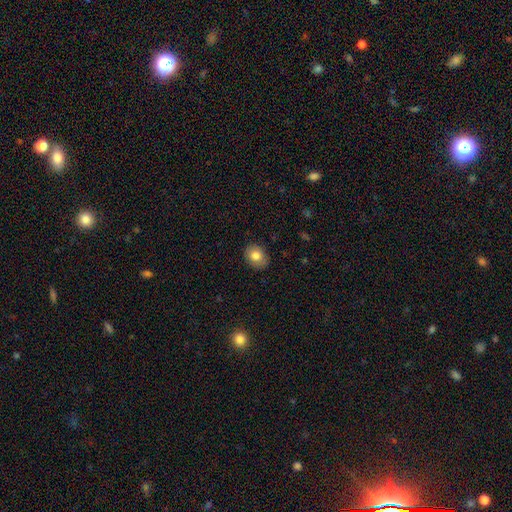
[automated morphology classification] This is clearly a smooth galaxy (80%). How rounded: possibly in between (55%). Merging: clearly none (85%).